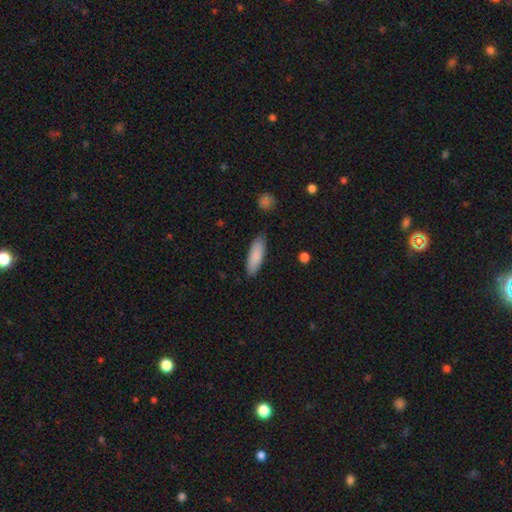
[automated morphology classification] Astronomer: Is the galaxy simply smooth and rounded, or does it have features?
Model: smooth — 87%.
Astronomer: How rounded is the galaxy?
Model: in between — 56% (runner-up: cigar-shaped, 42%).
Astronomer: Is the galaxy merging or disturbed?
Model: none — 85%.